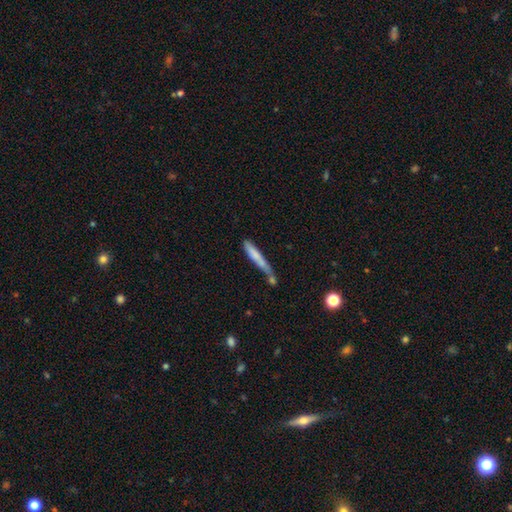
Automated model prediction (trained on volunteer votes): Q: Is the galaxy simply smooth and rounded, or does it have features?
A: smooth — 66%.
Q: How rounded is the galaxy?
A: cigar-shaped — 91%.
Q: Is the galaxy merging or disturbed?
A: none — 34%.